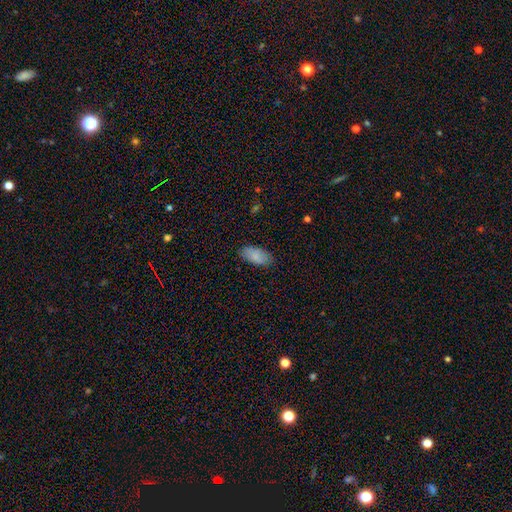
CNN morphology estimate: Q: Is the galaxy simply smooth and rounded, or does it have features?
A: smooth — 86%.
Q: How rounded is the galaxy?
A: in between — 93%.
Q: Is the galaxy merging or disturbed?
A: none — 84%.